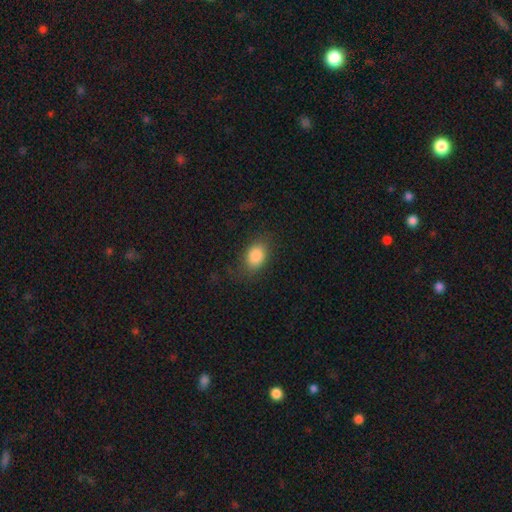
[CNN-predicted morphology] Smooth or featured? Predicted: smooth (p=0.86). How rounded? Predicted: in between (p=0.79). Merging? Predicted: none (p=0.74).